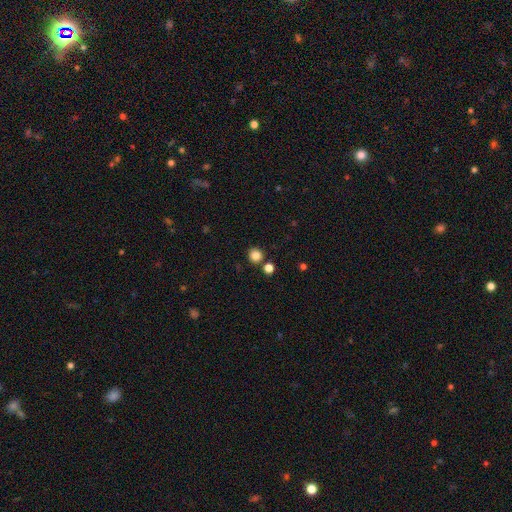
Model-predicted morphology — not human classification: Overall: smooth (83%). How rounded: round (93%). Merging: none (84%).